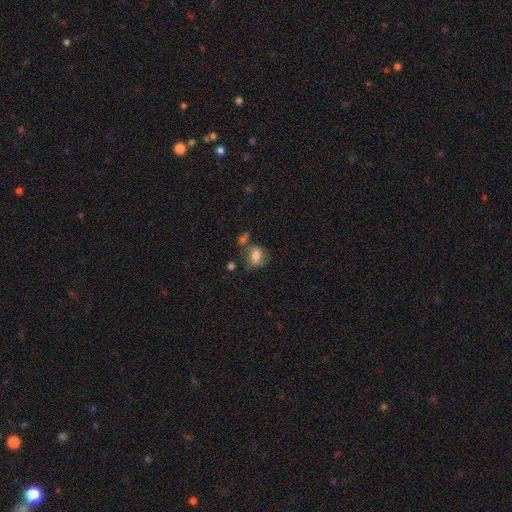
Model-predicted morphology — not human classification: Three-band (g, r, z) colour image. It shows a smooth galaxy with no disk features (72%) that is in between round and cigar-shaped (58%). Merging: none (48%).